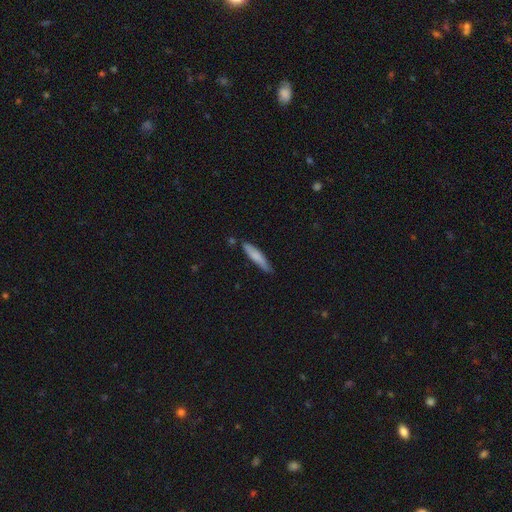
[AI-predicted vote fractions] smooth_or_featured: smooth (p=0.75) [alt: featured or disk p=0.19]
how_rounded: cigar-shaped (p=0.87) [alt: in between p=0.12]
merging: none (p=0.72) [alt: minor disturbance p=0.21]